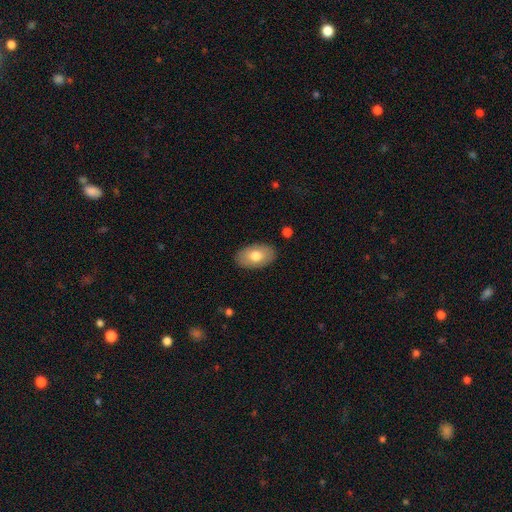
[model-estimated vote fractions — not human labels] The model was most divided on "smooth or featured": smooth: 73%, featured or disk: 20%, star or artifact: 6%. More confident: how rounded — in between (93%); merging — none (87%).